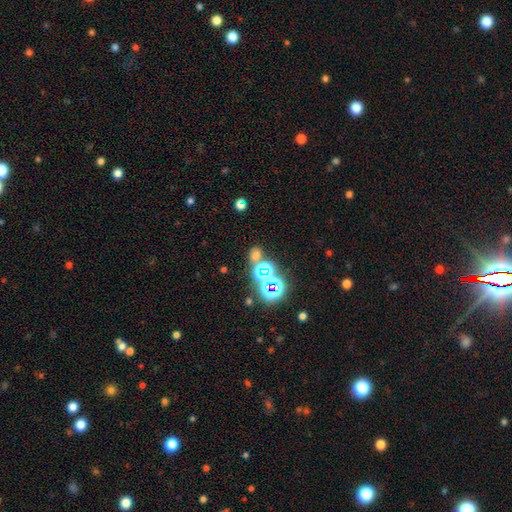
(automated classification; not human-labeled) This is possibly a star or artifact rather than a galaxy (46%, tied with smooth).